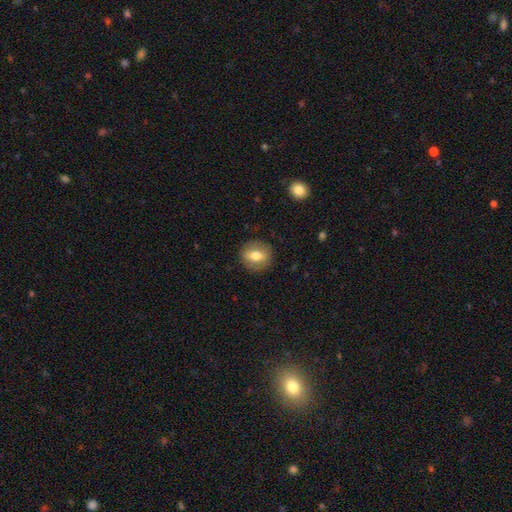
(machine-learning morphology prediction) A smooth galaxy with no disk features (63%) that is round (72%).

Vote fractions:
- Smooth or featured? smooth: 63% / featured or disk: 29% / star or artifact: 8%
- How rounded? round: 72% / in between: 27% / cigar-shaped: 2%
- Merging? none: 87% / minor disturbance: 9% / major disturbance: 3% / merger: 1%